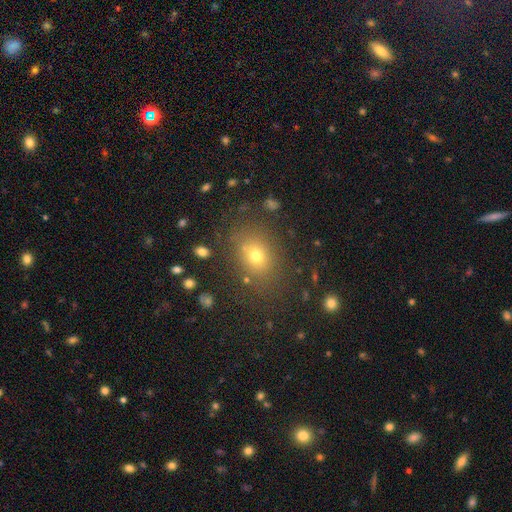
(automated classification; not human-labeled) smooth_or_featured: smooth (p=0.69) [alt: star or artifact p=0.18]
how_rounded: in between (p=0.59) [alt: round p=0.40]
merging: none (p=0.80) [alt: minor disturbance p=0.12]